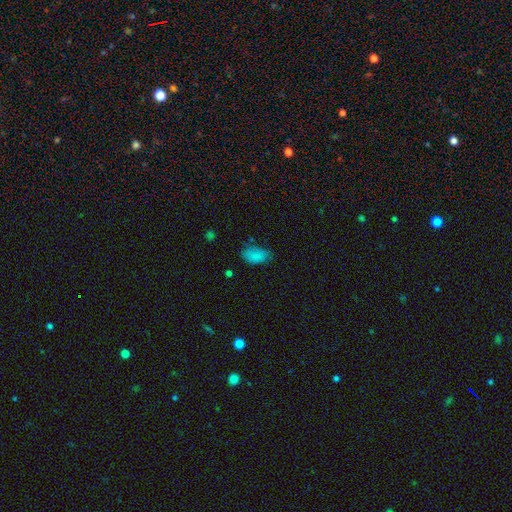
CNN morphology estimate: Smooth or featured? Predicted: smooth (p=0.85). How rounded? Predicted: in between (p=0.93). Merging? Predicted: none (p=0.67).